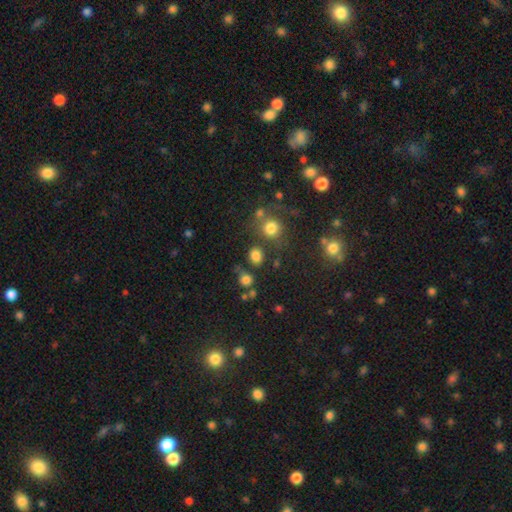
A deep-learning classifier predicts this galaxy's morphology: A smooth galaxy with no disk features (79%) that is round (61%). Merging: none (74%).